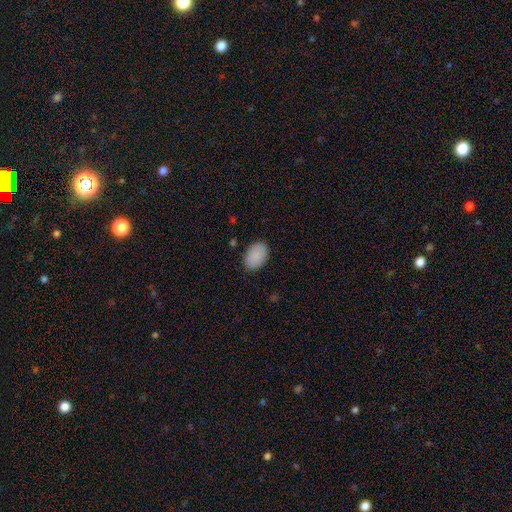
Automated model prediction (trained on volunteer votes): A smooth galaxy with no disk features (89%) that is in between round and cigar-shaped (87%). Merging: none (87%).